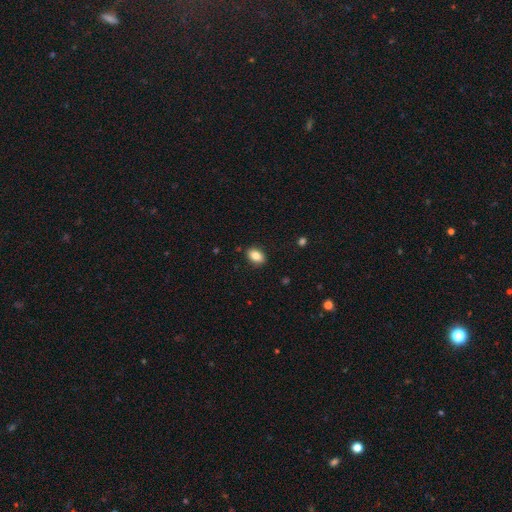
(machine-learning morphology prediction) smooth 84%, featured or disk 8%, star or artifact 8%. Down the decision tree: how rounded — in between (86%); merging — none (88%).